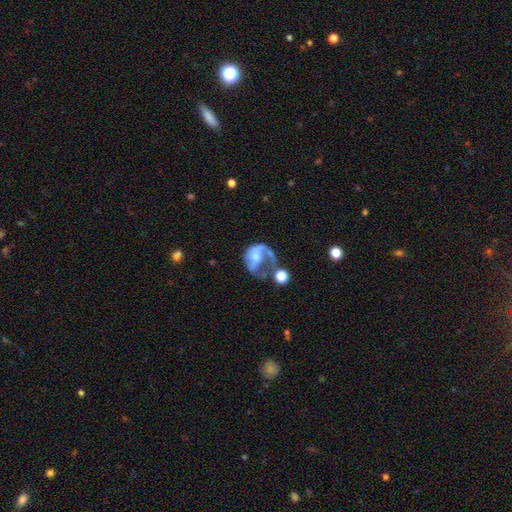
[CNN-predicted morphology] smooth_or_featured: featured or disk (p=0.59) [alt: smooth p=0.32]
disk_edge_on: no (p=0.97) [alt: yes p=0.03]
bar: no (p=0.66) [alt: weak p=0.26]
has_spiral_arms: yes (p=0.57) [alt: no p=0.43]
bulge_size: moderate (p=0.45) [alt: small p=0.29]
merging: major disturbance (p=0.46) [alt: merger p=0.20]